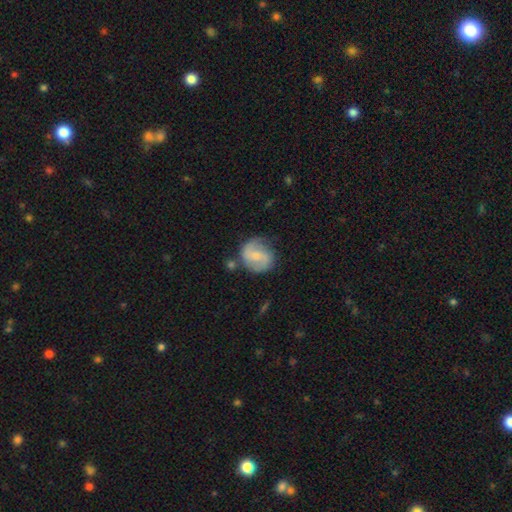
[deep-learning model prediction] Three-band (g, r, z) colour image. It shows a featured or disk galaxy (66%) with a weak bar (48%), 2 (86%) medium (47%) spiral arms (90%) and a small central bulge (64%). Merging: none (69%).